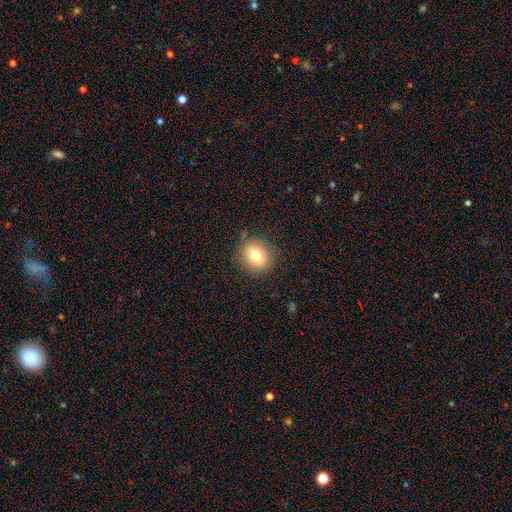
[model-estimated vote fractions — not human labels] Smooth or featured? smooth (75%)
How rounded? round (70%)
Merging? none (85%)